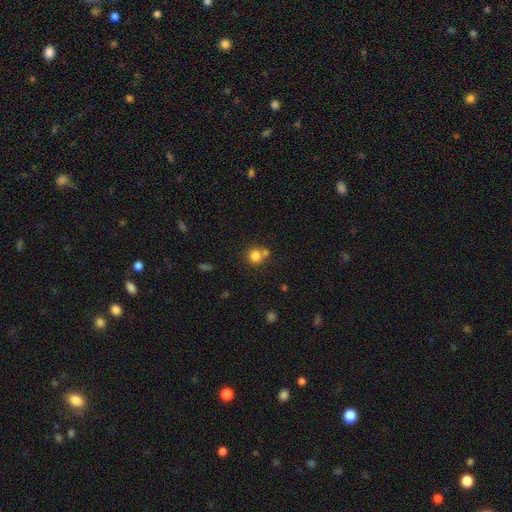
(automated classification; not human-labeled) smooth_or_featured: smooth (p=0.81) [alt: star or artifact p=0.11]
how_rounded: round (p=0.88) [alt: in between p=0.11]
merging: none (p=0.55) [alt: merger p=0.33]